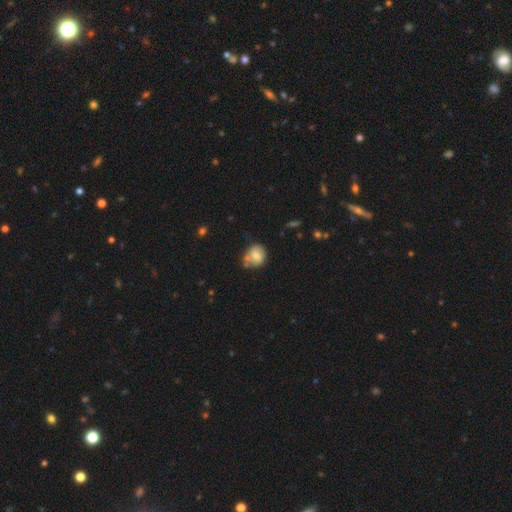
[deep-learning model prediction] Smooth or featured?
  - smooth: 67% *
  - featured or disk: 24%
  - star or artifact: 9%
How rounded?
  - round: 69% *
  - in between: 30%
  - cigar-shaped: 1%
Merging?
  - none: 52% *
  - minor disturbance: 26%
  - merger: 15%
  - major disturbance: 7%